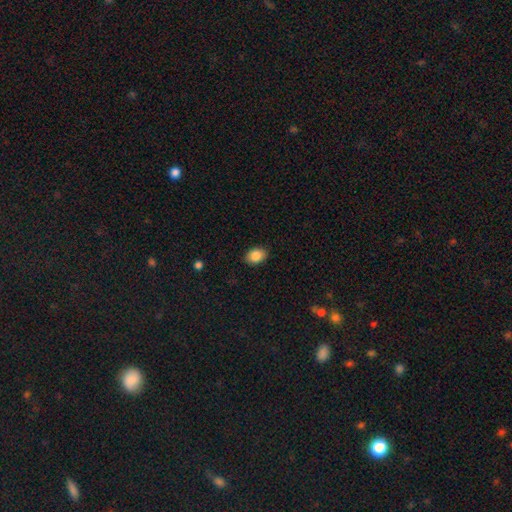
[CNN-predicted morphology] This is clearly a smooth galaxy (86%). How rounded: likely in between (72%). Merging: clearly none (87%).